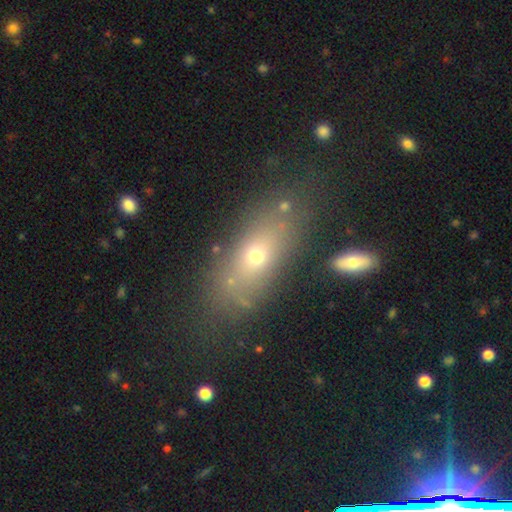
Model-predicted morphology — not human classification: smooth 60%, featured or disk 23%, star or artifact 17%. Down the decision tree: how rounded — in between (68%); merging — none (71%).